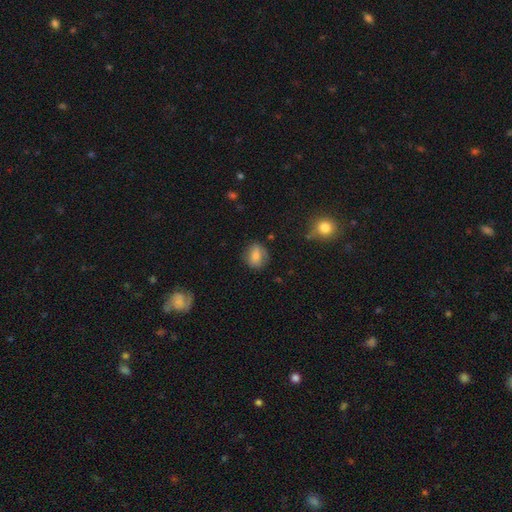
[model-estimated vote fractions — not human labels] smooth 73%, featured or disk 17%, star or artifact 9%. Down the decision tree: how rounded — round (64%); merging — none (78%).